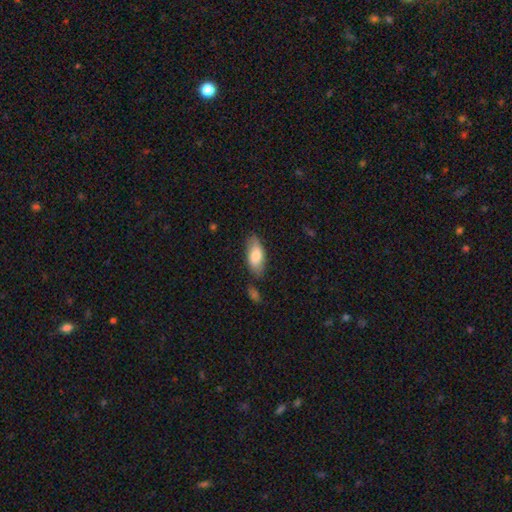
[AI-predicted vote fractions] Smooth or featured?
  - smooth: 80% *
  - featured or disk: 14%
  - star or artifact: 6%
How rounded?
  - in between: 86% *
  - cigar-shaped: 12%
  - round: 3%
Merging?
  - none: 74% *
  - minor disturbance: 17%
  - merger: 5%
  - major disturbance: 4%